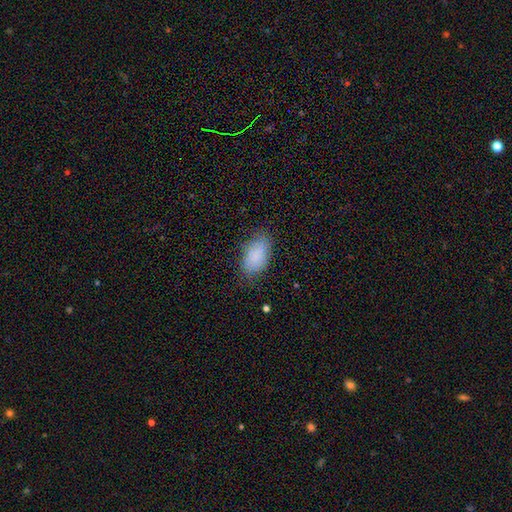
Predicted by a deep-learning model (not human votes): Morphology: type=smooth (84%); roundness=in between (93%); merging=none (73%).